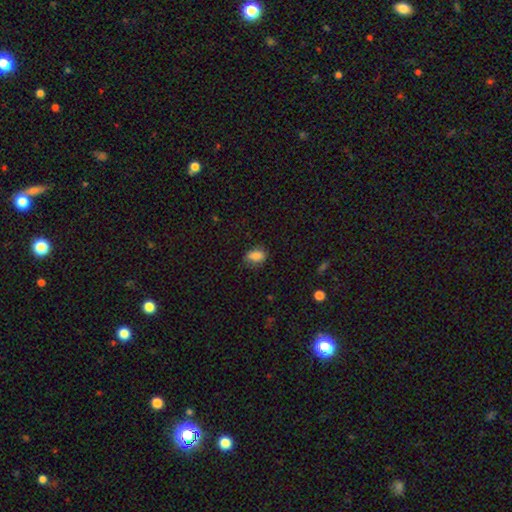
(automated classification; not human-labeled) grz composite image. It shows a smooth galaxy with no disk features (85%) that is in between round and cigar-shaped (81%). Merging: none (74%).